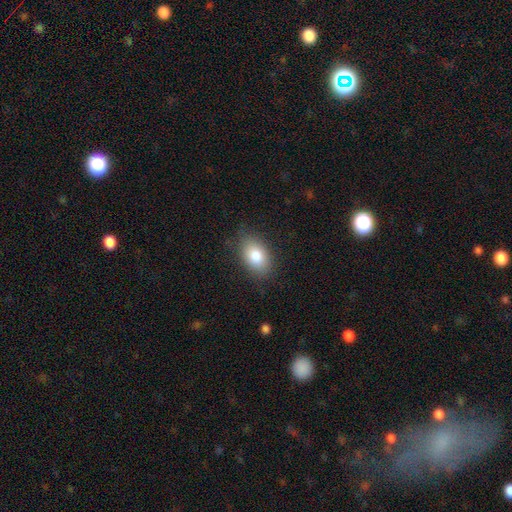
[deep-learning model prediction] Smooth or featured? smooth (83%)
How rounded? in between (89%)
Merging? none (81%)